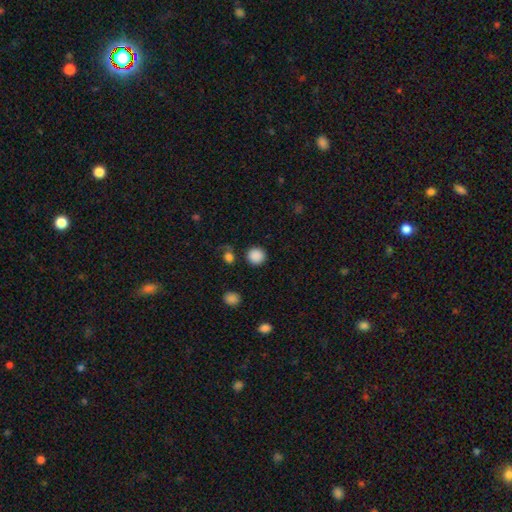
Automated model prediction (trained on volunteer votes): Smooth or featured? smooth (87%)
How rounded? round (94%)
Merging? none (87%)